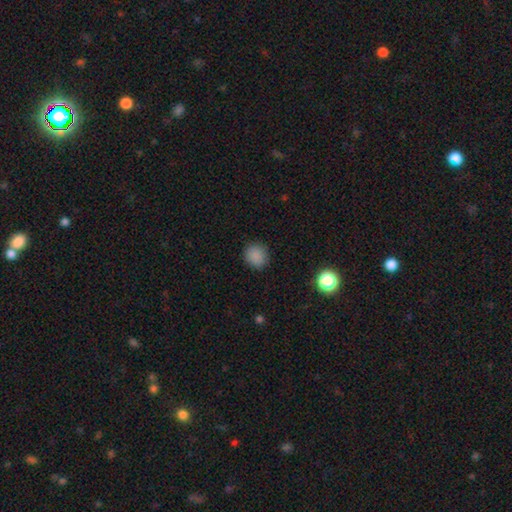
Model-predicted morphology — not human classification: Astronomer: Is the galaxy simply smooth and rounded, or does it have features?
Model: smooth — 85%.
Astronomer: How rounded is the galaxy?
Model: round — 84%.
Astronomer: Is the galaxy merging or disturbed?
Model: none — 88%.